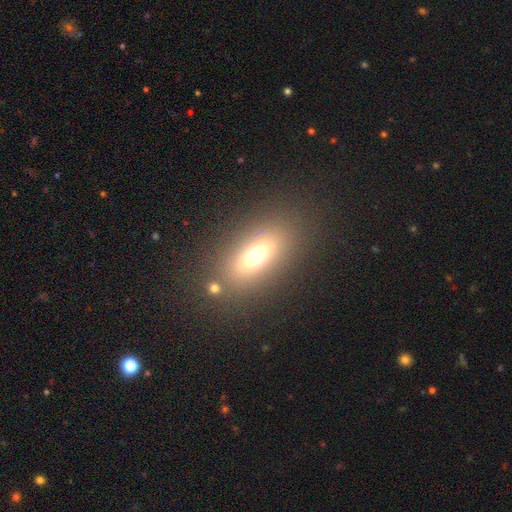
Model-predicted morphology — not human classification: smooth_or_featured: smooth (p=0.62) [alt: featured or disk p=0.22]
how_rounded: in between (p=0.76) [alt: cigar-shaped p=0.14]
merging: none (p=0.80) [alt: minor disturbance p=0.09]